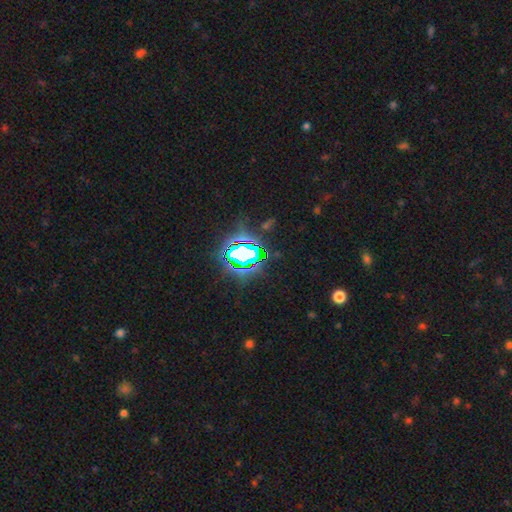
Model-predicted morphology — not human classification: A star or artifact, not a galaxy (74%).